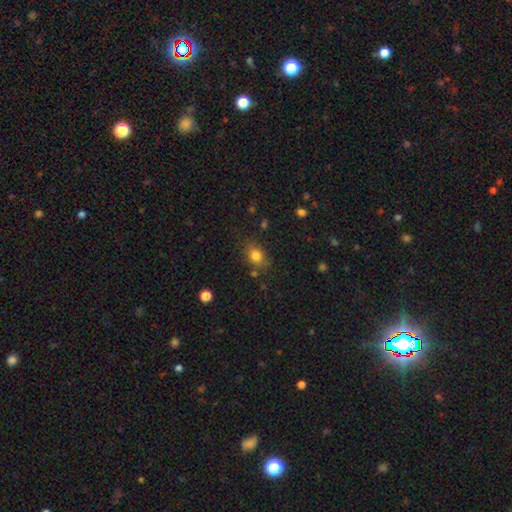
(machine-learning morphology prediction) A smooth galaxy with no disk features (81%) that is in between round and cigar-shaped (58%). Merging: none (77%).